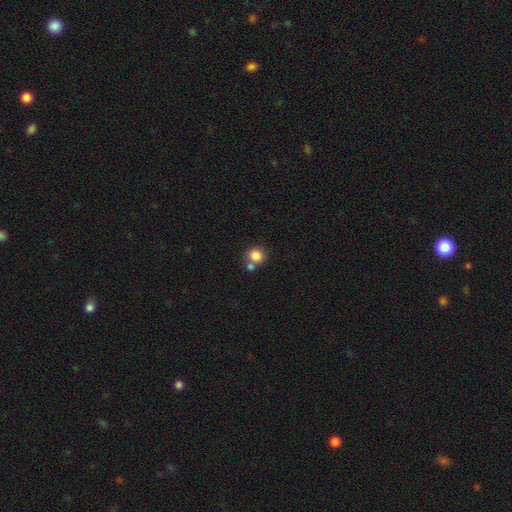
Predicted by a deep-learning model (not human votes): Q: Smooth or featured?
A: smooth (83%); runner-up: star or artifact (10%)
Q: How rounded?
A: round (84%); runner-up: in between (15%)
Q: Merging?
A: none (55%); runner-up: merger (33%)